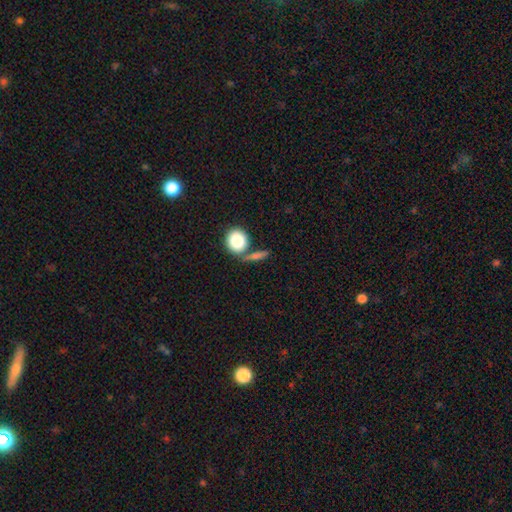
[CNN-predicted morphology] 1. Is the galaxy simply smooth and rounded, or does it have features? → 77% smooth, 13% featured or disk, 10% star or artifact.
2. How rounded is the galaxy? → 54% round, 33% in between, 13% cigar-shaped.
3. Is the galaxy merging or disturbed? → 62% none, 22% merger, 11% minor disturbance, 5% major disturbance.